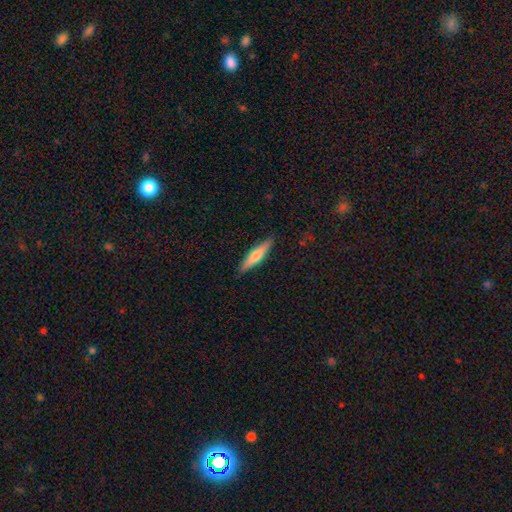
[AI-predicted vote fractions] This is possibly a smooth galaxy (59%). How rounded: clearly cigar-shaped (86%). Merging: clearly none (90%).